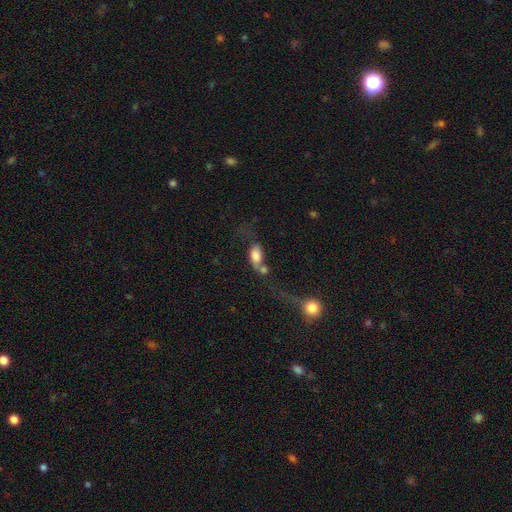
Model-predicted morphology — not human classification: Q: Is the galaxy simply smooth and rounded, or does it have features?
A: smooth — 63%.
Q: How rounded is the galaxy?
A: in between — 82%.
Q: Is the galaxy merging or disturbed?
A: merger — 46%.